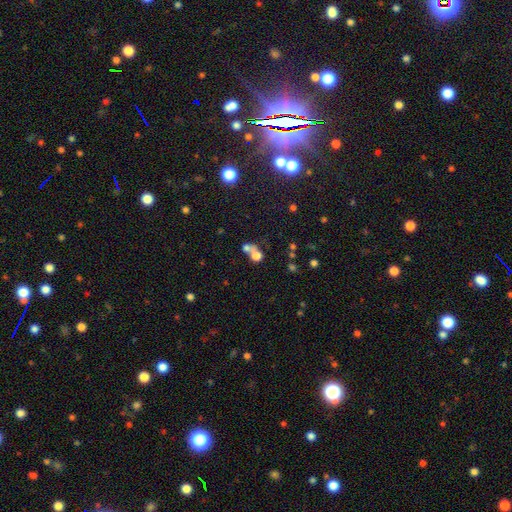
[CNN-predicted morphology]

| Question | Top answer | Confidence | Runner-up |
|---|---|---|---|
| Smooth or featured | smooth | 67% | featured or disk (17%) |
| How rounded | round | 74% | in between (24%) |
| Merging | merger | 58% | none (29%) |